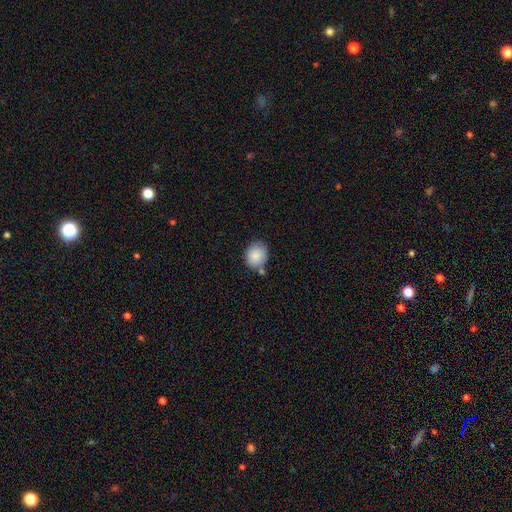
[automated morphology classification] This appears to be a smooth galaxy with no disk features (86%) that is round (60%). Merging: none (65%).